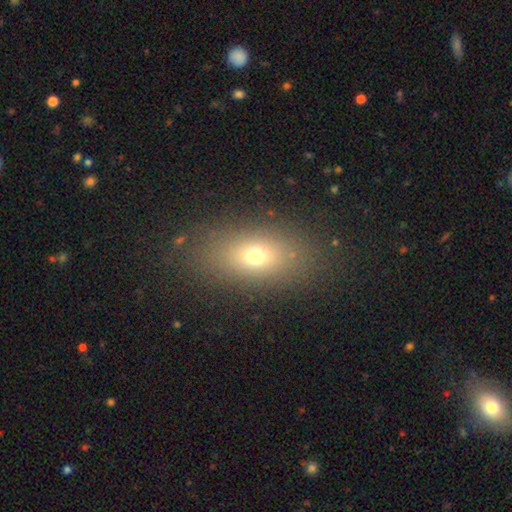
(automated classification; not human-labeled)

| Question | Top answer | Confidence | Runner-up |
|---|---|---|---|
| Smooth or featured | smooth | 68% | featured or disk (16%) |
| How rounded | in between | 78% | round (16%) |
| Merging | none | 82% | minor disturbance (10%) |